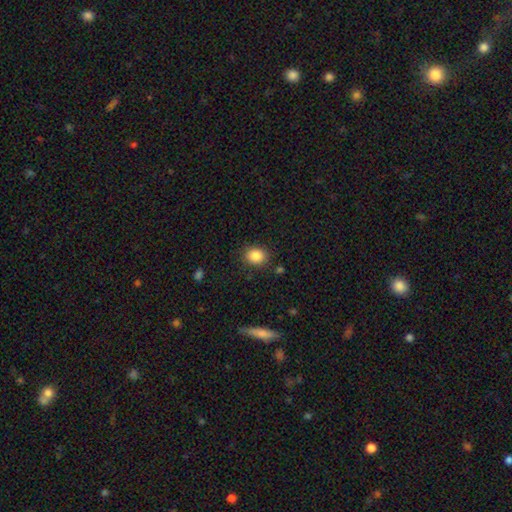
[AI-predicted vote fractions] A smooth galaxy with no disk features (86%) that is round (60%).

Vote fractions:
- Smooth or featured? smooth: 86% / star or artifact: 10% / featured or disk: 5%
- How rounded? round: 60% / in between: 39% / cigar-shaped: 1%
- Merging? none: 85% / minor disturbance: 10% / major disturbance: 3% / merger: 2%